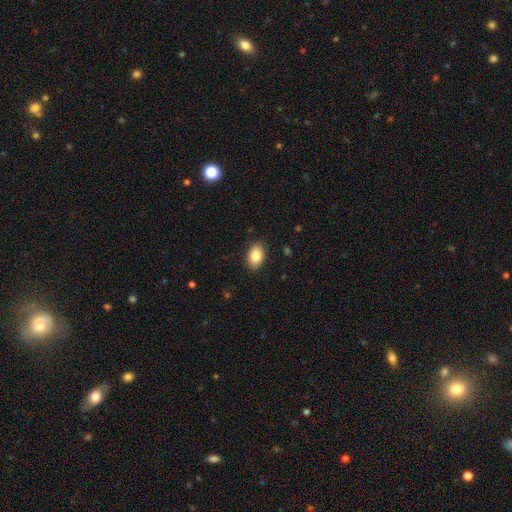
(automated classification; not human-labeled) A smooth galaxy with no disk features (85%) that is in between round and cigar-shaped (87%).

Vote fractions:
- Smooth or featured? smooth: 85% / star or artifact: 8% / featured or disk: 7%
- How rounded? in between: 87% / round: 11% / cigar-shaped: 1%
- Merging? none: 87% / minor disturbance: 9% / major disturbance: 2% / merger: 1%